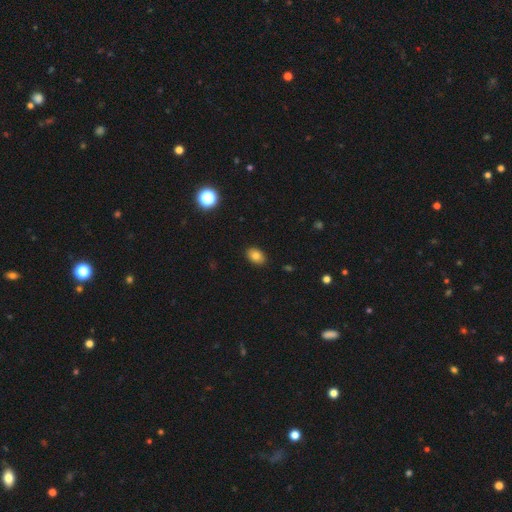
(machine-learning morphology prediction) Q: Smooth or featured?
A: smooth (82%); runner-up: star or artifact (10%)
Q: How rounded?
A: in between (80%); runner-up: round (18%)
Q: Merging?
A: none (89%); runner-up: minor disturbance (8%)